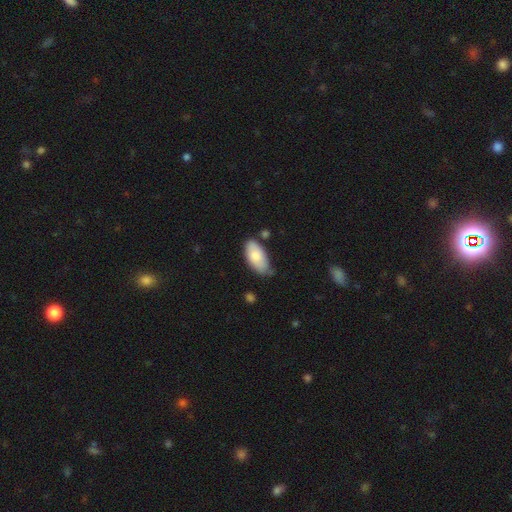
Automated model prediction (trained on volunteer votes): A smooth galaxy with no disk features (80%) that is in between round and cigar-shaped (94%).

Vote fractions:
- Smooth or featured? smooth: 80% / featured or disk: 14% / star or artifact: 6%
- How rounded? in between: 94% / cigar-shaped: 4% / round: 2%
- Merging? none: 63% / minor disturbance: 27% / merger: 5% / major disturbance: 5%